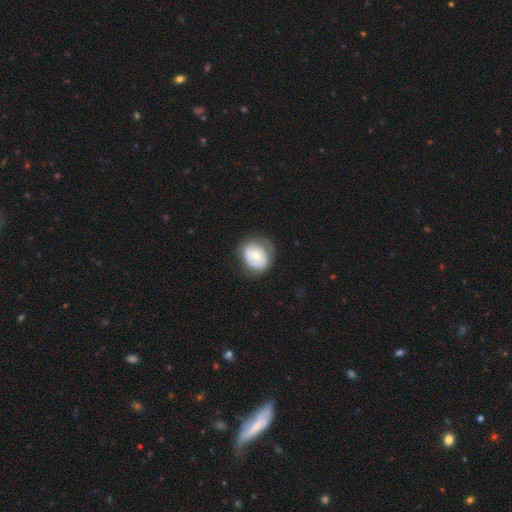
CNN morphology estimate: Overall: smooth (49%; featured or disk 44%). Merging: none (67%).